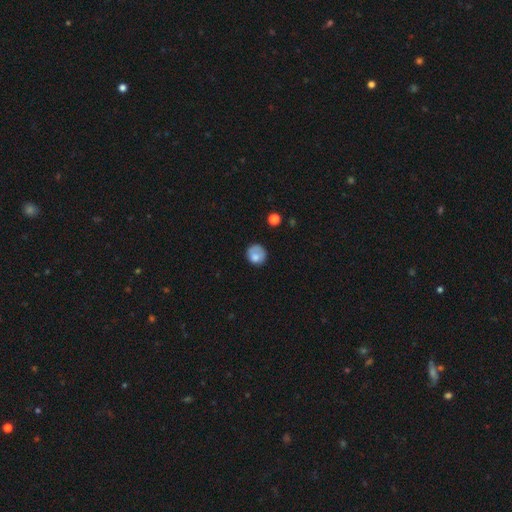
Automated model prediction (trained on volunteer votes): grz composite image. It shows a smooth galaxy with no disk features (73%) that is round (82%). Merging: none (59%).